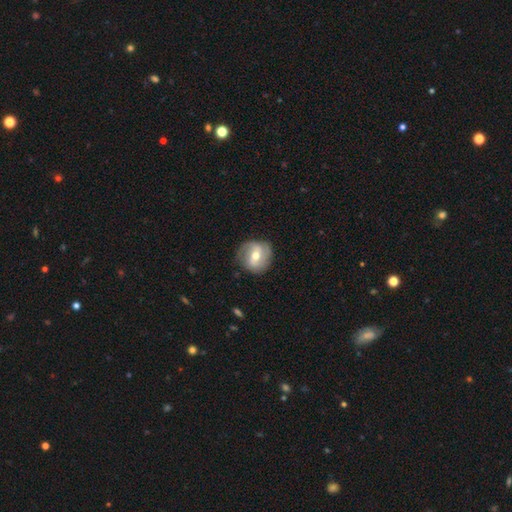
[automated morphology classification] type=featured or disk (63%); edge-on=no (96%); bar=weak (47%); spiral arms=yes (82%); bulge=moderate (71%); merging=none (76%).